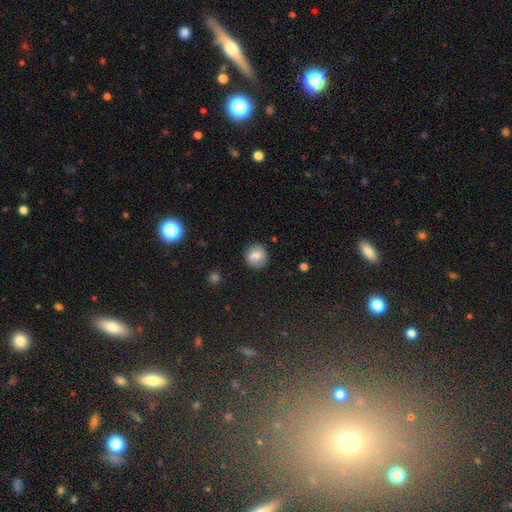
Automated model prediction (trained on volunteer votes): Smooth or featured: smooth — 76% (featured or disk — 13%)
How rounded: round — 86% (in between — 13%)
Merging: none — 80% (minor disturbance — 13%)